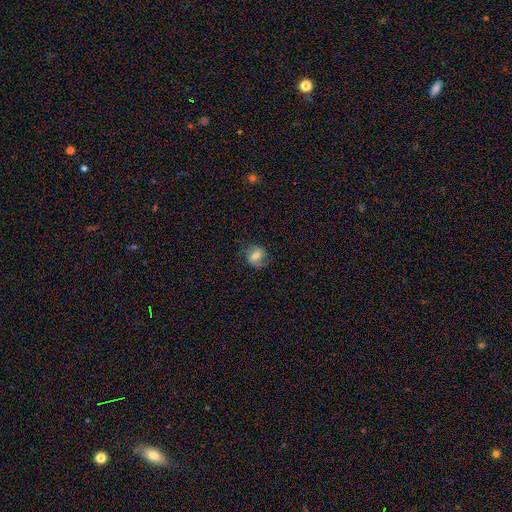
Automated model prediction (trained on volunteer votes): A smooth galaxy with no disk features (52%) that is round (61%).

Vote fractions:
- Smooth or featured? smooth: 52% / featured or disk: 39% / star or artifact: 9%
- How rounded? round: 61% / in between: 38% / cigar-shaped: 2%
- Merging? none: 73% / minor disturbance: 18% / major disturbance: 8% / merger: 1%